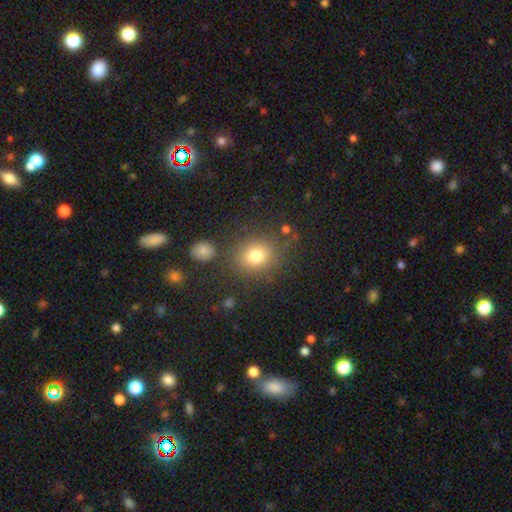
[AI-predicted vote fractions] smooth-or-featured: smooth: 77% | star or artifact: 13% | featured or disk: 10%
  how-rounded: round: 70% | in between: 29% | cigar-shaped: 1%
  merging: none: 79% | minor disturbance: 11% | merger: 5% | major disturbance: 5%